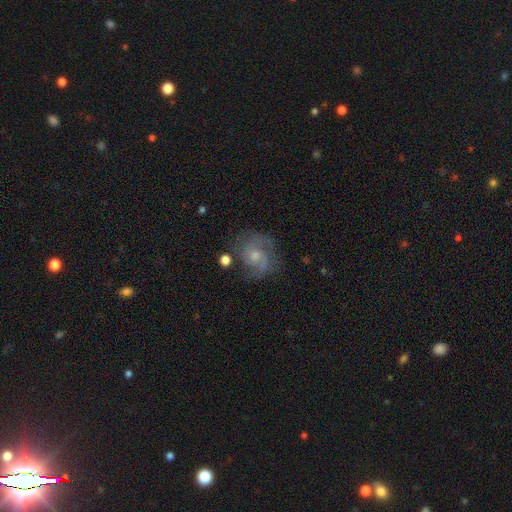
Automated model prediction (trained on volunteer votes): Morphology: type=featured or disk (70%); edge-on=no (98%); bar=no (68%); spiral arms=yes (90%); winding=medium (50%); arm count=2 (62%); bulge=small (47%); merging=none (65%).